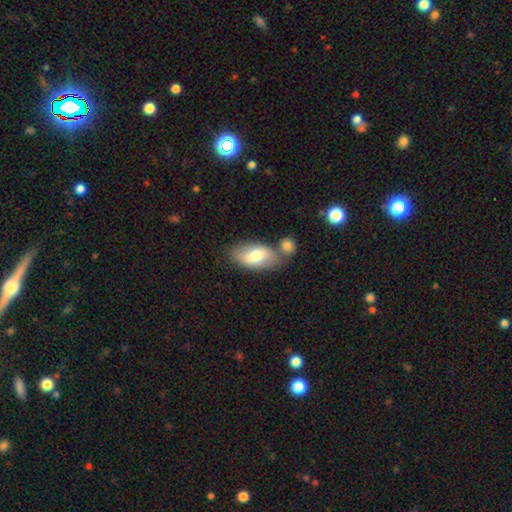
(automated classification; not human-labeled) Smooth or featured?
  - smooth: 70% *
  - featured or disk: 24%
  - star or artifact: 6%
How rounded?
  - in between: 92% *
  - round: 4%
  - cigar-shaped: 3%
Merging?
  - none: 53% *
  - merger: 30%
  - minor disturbance: 14%
  - major disturbance: 4%